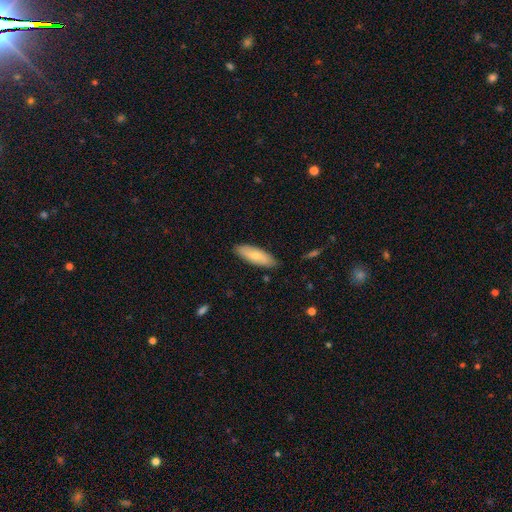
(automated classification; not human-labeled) smooth-or-featured: smooth: 73% | featured or disk: 21% | star or artifact: 6%
  how-rounded: in between: 59% | cigar-shaped: 39% | round: 2%
  merging: none: 86% | minor disturbance: 11% | major disturbance: 2% | merger: 1%